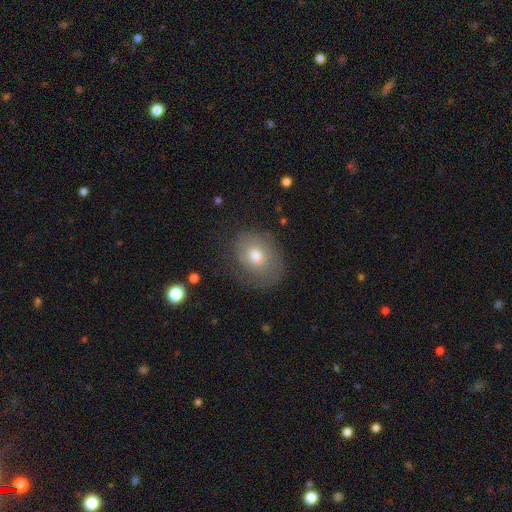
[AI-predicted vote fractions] smooth 63%, featured or disk 27%, star or artifact 9%. Down the decision tree: how rounded — in between (61%); merging — none (64%).